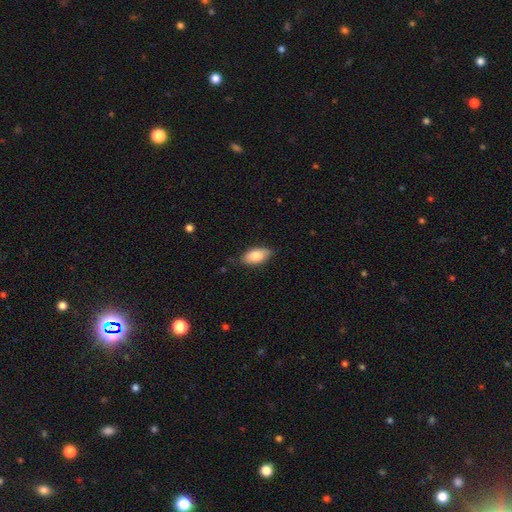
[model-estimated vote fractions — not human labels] Q: Smooth or featured?
A: smooth (81%); runner-up: featured or disk (12%)
Q: How rounded?
A: in between (91%); runner-up: cigar-shaped (6%)
Q: Merging?
A: none (77%); runner-up: minor disturbance (19%)